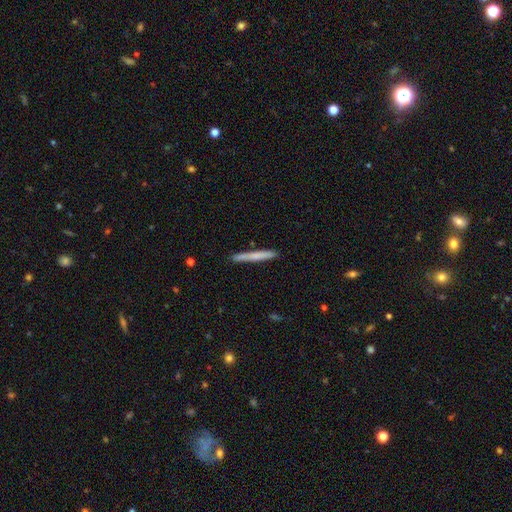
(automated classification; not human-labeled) The model was most divided on "smooth or featured": smooth: 70%, featured or disk: 25%, star or artifact: 5%. More confident: how rounded — cigar-shaped (97%); merging — none (89%).